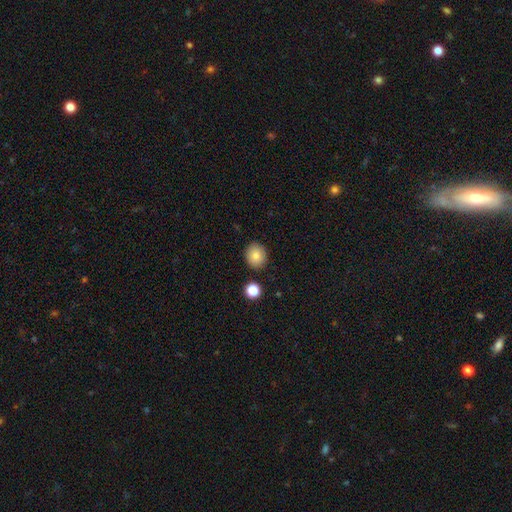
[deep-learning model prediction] Smooth or featured: smooth — 83% (star or artifact — 9%)
How rounded: round — 79% (in between — 20%)
Merging: none — 87% (minor disturbance — 8%)